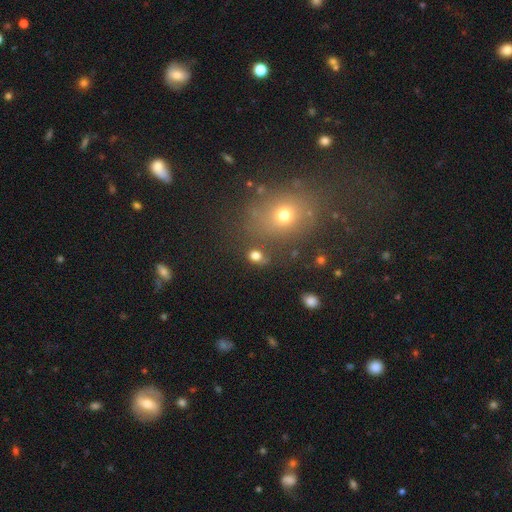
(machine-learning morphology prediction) Smooth or featured: smooth — 76% (star or artifact — 16%)
How rounded: round — 50% (in between — 48%)
Merging: none — 68% (minor disturbance — 14%)